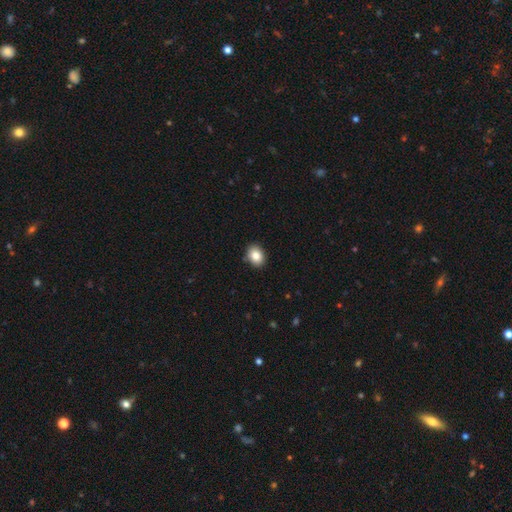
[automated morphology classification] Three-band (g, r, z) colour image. It shows a smooth galaxy with no disk features (85%) that is in between round and cigar-shaped (62%). Merging: none (87%).